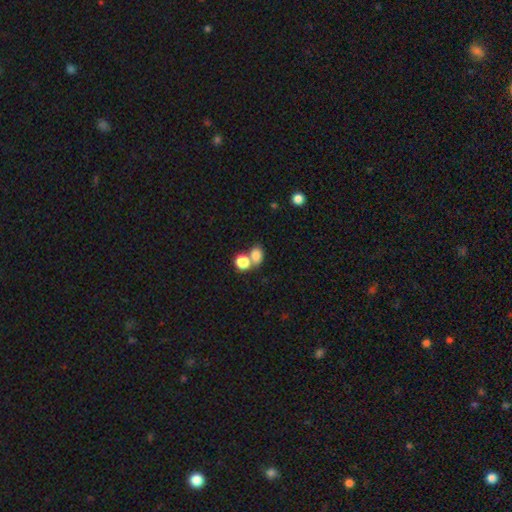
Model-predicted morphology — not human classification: smooth 81%, star or artifact 11%, featured or disk 8%. Down the decision tree: how rounded — in between (57%); merging — merger (48%).